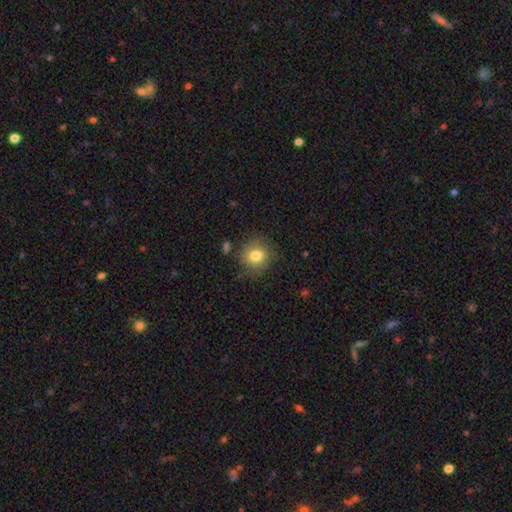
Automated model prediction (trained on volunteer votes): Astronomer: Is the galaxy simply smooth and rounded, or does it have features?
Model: smooth — 80%.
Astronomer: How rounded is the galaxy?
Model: round — 86%.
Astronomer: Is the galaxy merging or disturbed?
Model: none — 83%.